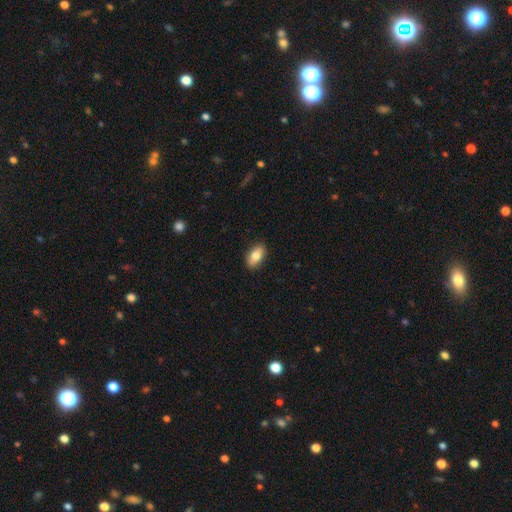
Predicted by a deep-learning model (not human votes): smooth_or_featured: smooth (p=0.81) [alt: featured or disk p=0.12]
how_rounded: in between (p=0.90) [alt: round p=0.05]
merging: none (p=0.89) [alt: minor disturbance p=0.08]